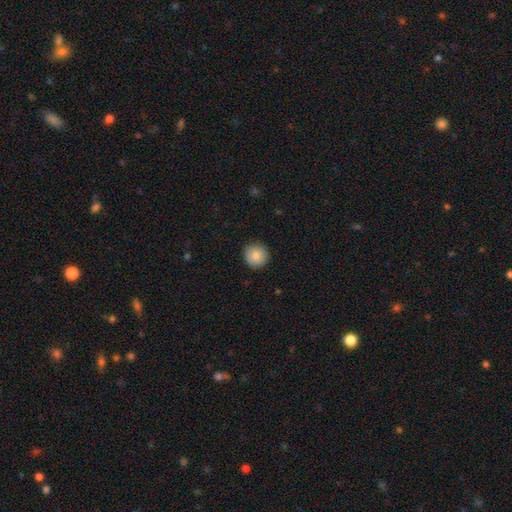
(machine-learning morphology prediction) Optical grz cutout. It shows a smooth galaxy with no disk features (85%) that is round (95%). Merging: none (90%).